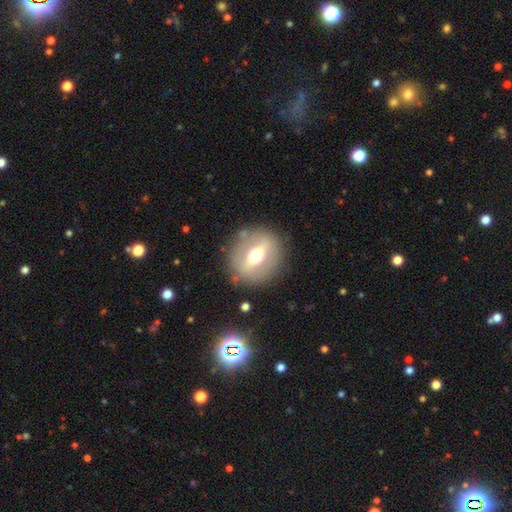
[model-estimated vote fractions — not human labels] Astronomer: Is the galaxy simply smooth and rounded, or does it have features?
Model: featured or disk — 59%.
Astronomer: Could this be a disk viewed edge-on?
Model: no — 69%.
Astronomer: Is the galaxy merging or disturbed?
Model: none — 83%.